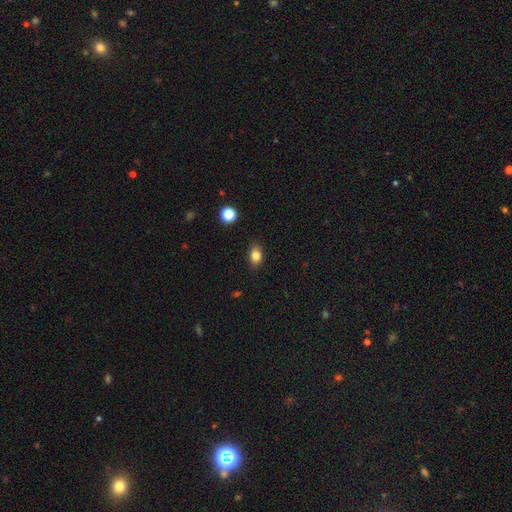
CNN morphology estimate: Smooth or featured?
  - smooth: 82% *
  - star or artifact: 10%
  - featured or disk: 8%
How rounded?
  - in between: 78% *
  - round: 20%
  - cigar-shaped: 2%
Merging?
  - none: 86% *
  - minor disturbance: 10%
  - major disturbance: 2%
  - merger: 1%